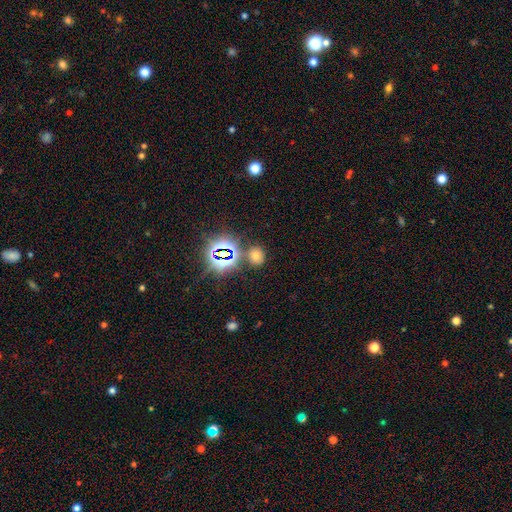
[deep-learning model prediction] Smooth or featured? Predicted: smooth (p=0.57). How rounded? Predicted: round (p=0.62). Merging? Predicted: none (p=0.77).